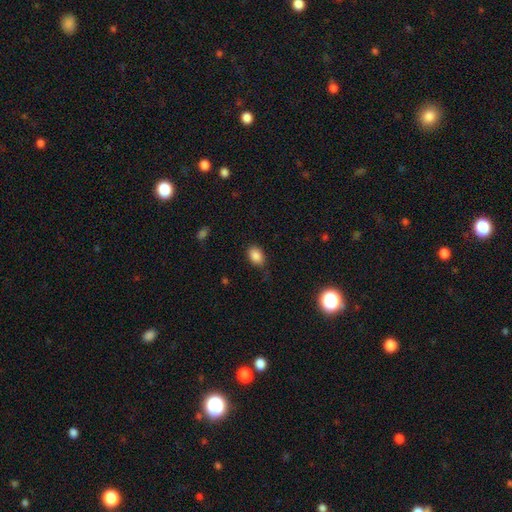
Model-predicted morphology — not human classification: Overall: smooth (86%). How rounded: in between (81%). Merging: none (75%).